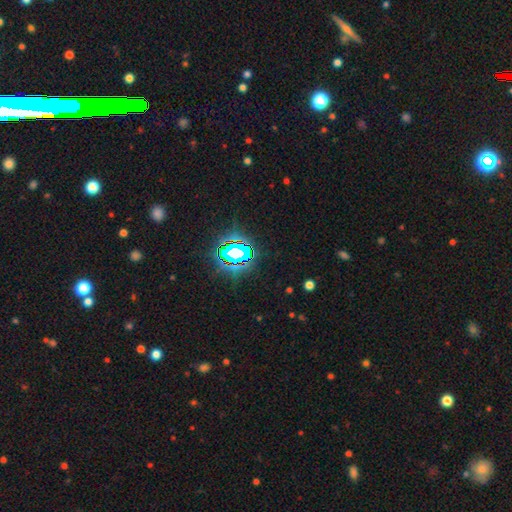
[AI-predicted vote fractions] The model was most divided on "smooth or featured": star or artifact: 80%, smooth: 12%, featured or disk: 8%.